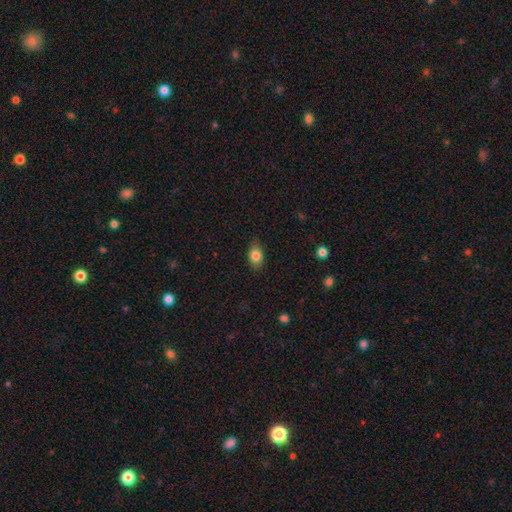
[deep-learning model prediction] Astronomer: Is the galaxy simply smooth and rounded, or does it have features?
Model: smooth — 82%.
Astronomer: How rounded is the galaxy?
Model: in between — 80%.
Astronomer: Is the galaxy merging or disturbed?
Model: none — 81%.